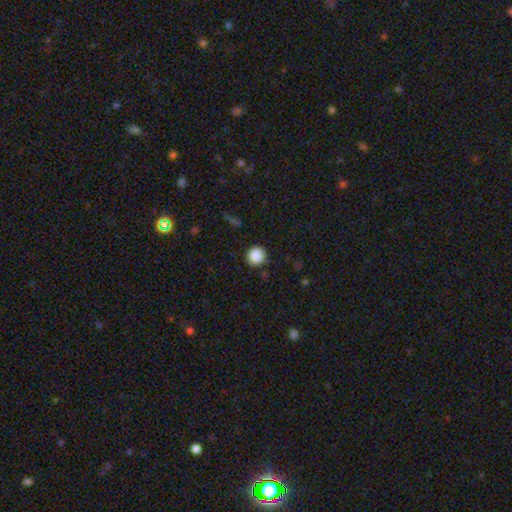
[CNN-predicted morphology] Smooth or featured? smooth (86%)
How rounded? round (92%)
Merging? none (83%)